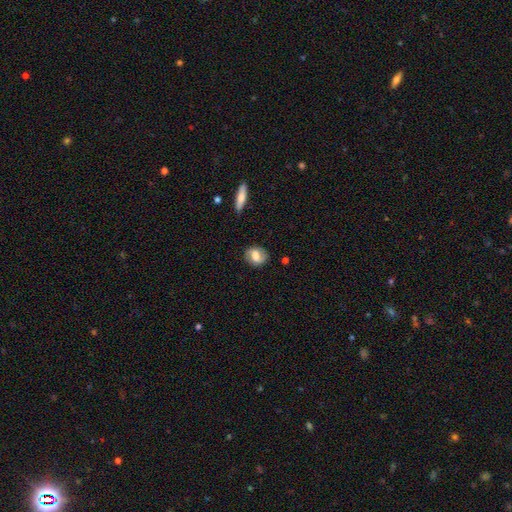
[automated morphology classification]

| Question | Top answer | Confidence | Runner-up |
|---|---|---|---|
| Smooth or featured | smooth | 59% | featured or disk (33%) |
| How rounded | in between | 50% | round (48%) |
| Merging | none | 80% | minor disturbance (14%) |